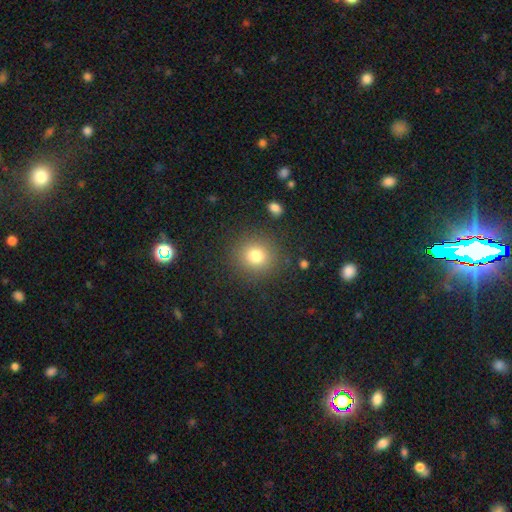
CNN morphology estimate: The model was most divided on "smooth or featured": smooth: 79%, star or artifact: 13%, featured or disk: 8%. More confident: how rounded — round (89%); merging — none (88%).